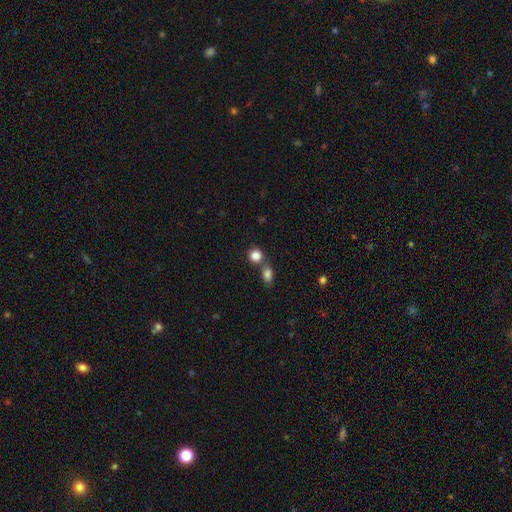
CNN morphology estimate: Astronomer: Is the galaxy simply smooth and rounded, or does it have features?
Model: smooth — 84%.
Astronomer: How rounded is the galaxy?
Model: round — 82%.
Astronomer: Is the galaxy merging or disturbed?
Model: none — 57%.